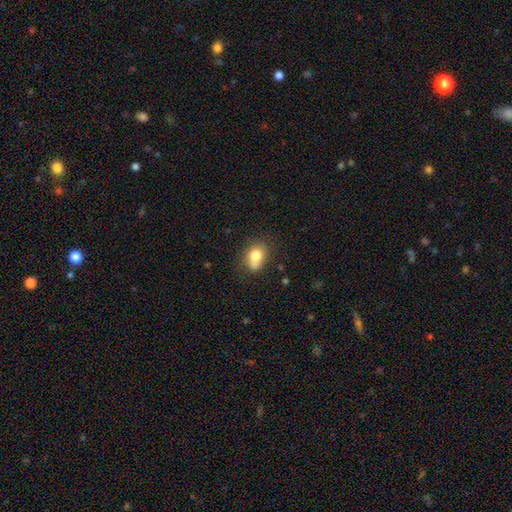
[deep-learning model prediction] Smooth or featured? Predicted: smooth (p=0.77). How rounded? Predicted: in between (p=0.65). Merging? Predicted: none (p=0.55).